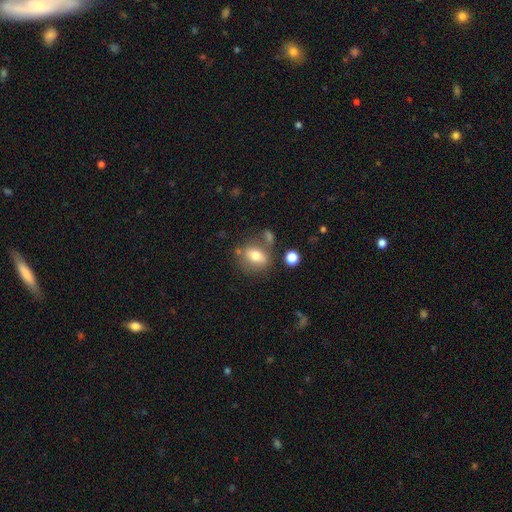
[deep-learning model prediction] Morphology: type=smooth (69%); roundness=in between (62%); merging=none (64%).